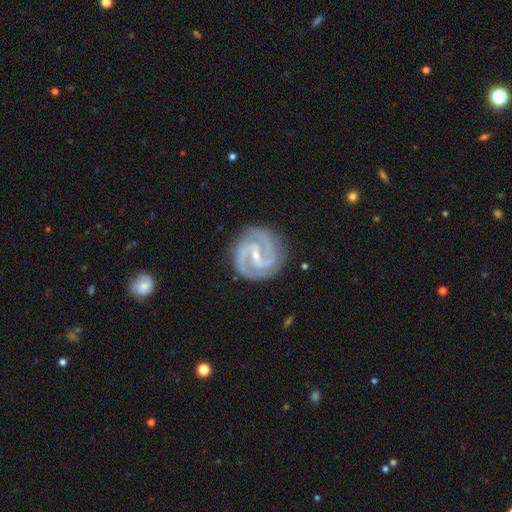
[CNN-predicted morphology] Smooth or featured: featured or disk — 93% (star or artifact — 4%)
Edge-on disk: no — 98% (yes — 2%)
Bar: strong — 43% (weak — 39%)
Spiral arms: yes — 99% (no — 1%)
Spiral winding: tight — 51% (medium — 44%)
Spiral arm count: 2 — 82% (3 — 10%)
Bulge size: small — 74% (moderate — 22%)
Merging: none — 84% (minor disturbance — 12%)